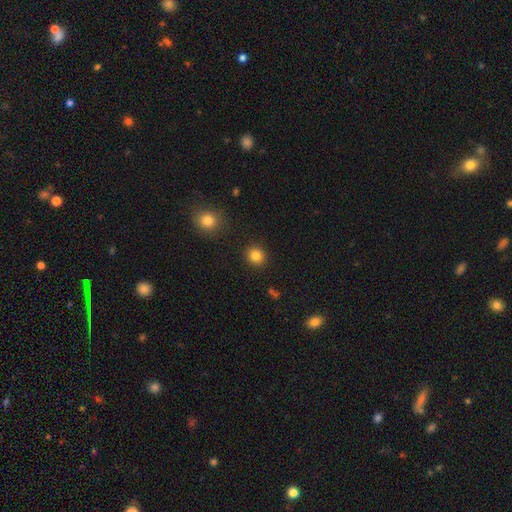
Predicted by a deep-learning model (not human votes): A smooth galaxy with no disk features (84%) that is round (87%).

Vote fractions:
- Smooth or featured? smooth: 84% / star or artifact: 11% / featured or disk: 5%
- How rounded? round: 87% / in between: 12% / cigar-shaped: 1%
- Merging? none: 90% / minor disturbance: 6% / major disturbance: 2% / merger: 2%